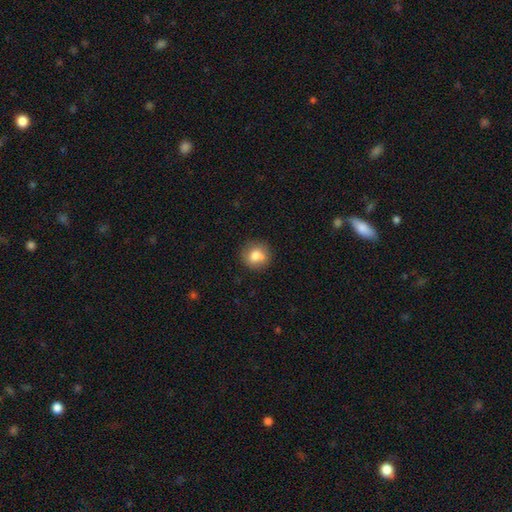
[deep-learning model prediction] smooth 77%, featured or disk 13%, star or artifact 10%. Down the decision tree: how rounded — round (87%); merging — none (71%).